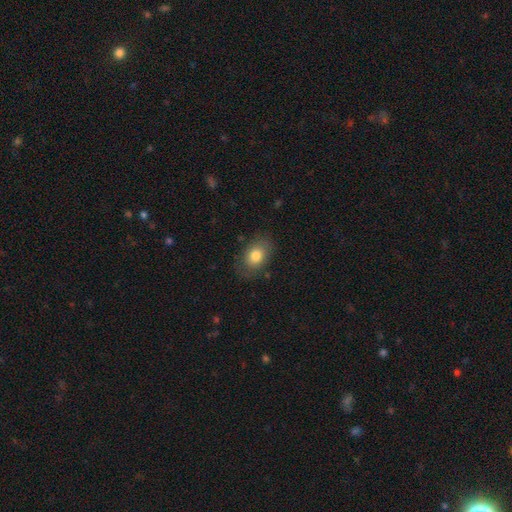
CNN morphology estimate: Smooth or featured? smooth (79%)
How rounded? in between (80%)
Merging? none (78%)